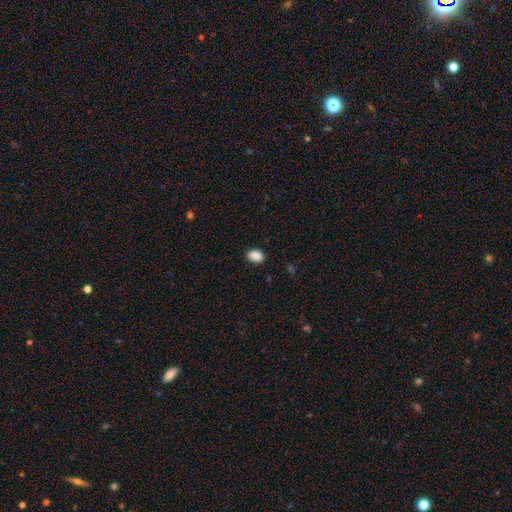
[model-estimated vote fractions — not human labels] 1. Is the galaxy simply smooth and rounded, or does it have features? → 89% smooth, 8% star or artifact, 3% featured or disk.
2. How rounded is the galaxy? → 79% in between, 20% round, 1% cigar-shaped.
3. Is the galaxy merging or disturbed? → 84% none, 12% minor disturbance, 2% major disturbance, 1% merger.